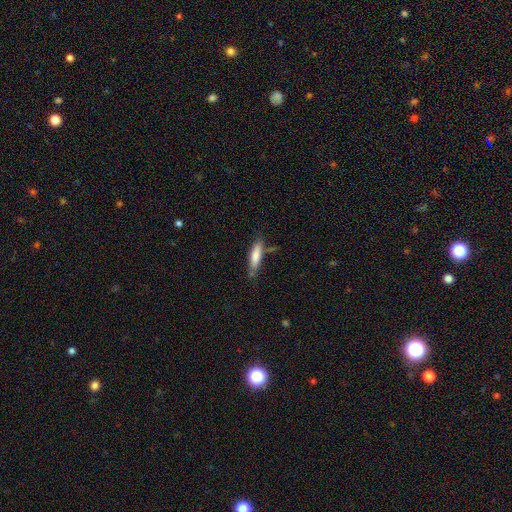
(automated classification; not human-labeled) This is likely a smooth galaxy (76%). How rounded: likely cigar-shaped (72%). Merging: likely none (67%).